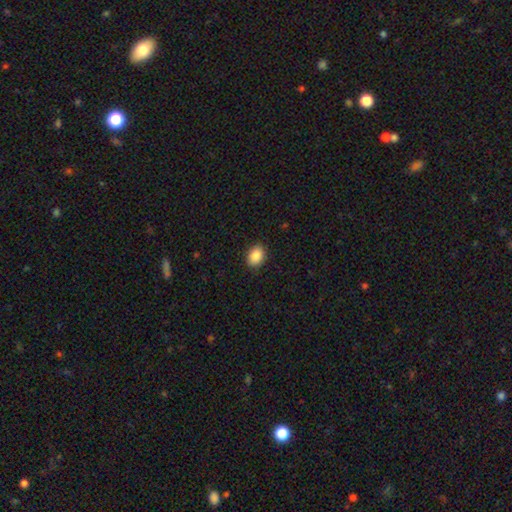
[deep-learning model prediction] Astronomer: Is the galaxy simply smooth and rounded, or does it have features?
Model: smooth — 88%.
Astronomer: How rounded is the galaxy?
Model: in between — 73%.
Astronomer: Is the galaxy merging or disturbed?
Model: none — 89%.